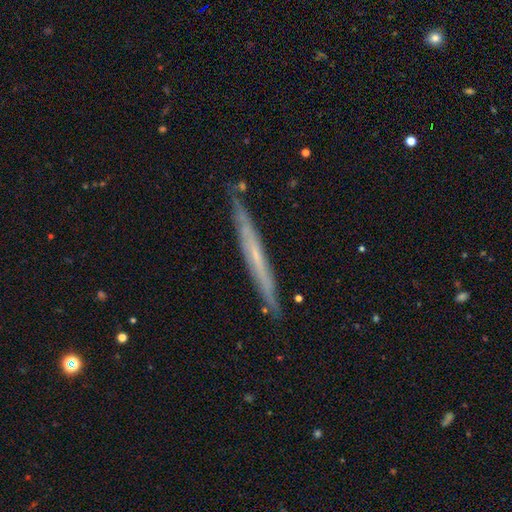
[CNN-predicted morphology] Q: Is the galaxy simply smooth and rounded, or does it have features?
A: featured or disk — 61%.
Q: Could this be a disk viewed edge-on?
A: yes — 93%.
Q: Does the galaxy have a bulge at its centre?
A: none — 81%.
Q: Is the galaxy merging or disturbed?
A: none — 87%.